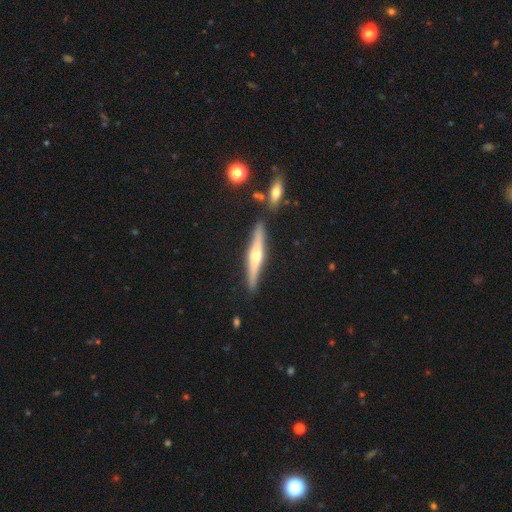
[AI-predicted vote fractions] featured or disk 72%, smooth 22%, star or artifact 6%. Down the decision tree: edge-on disk — yes (97%); edge-on bulge — rounded (87%); merging — none (84%).